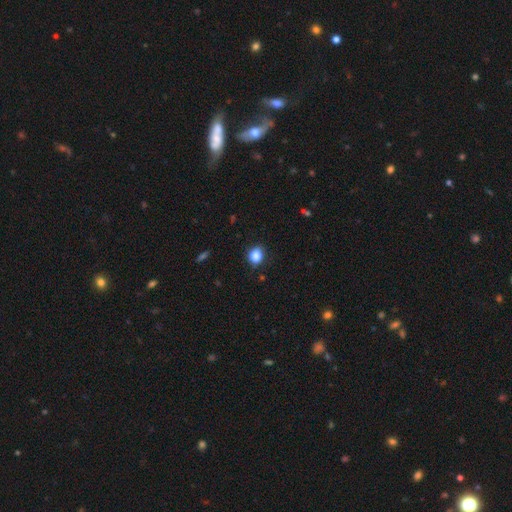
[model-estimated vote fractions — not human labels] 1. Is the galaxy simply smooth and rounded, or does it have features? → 85% smooth, 10% star or artifact, 5% featured or disk.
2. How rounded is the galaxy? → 61% round, 38% in between, 1% cigar-shaped.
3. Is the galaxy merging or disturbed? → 84% none, 13% minor disturbance, 3% major disturbance, 1% merger.